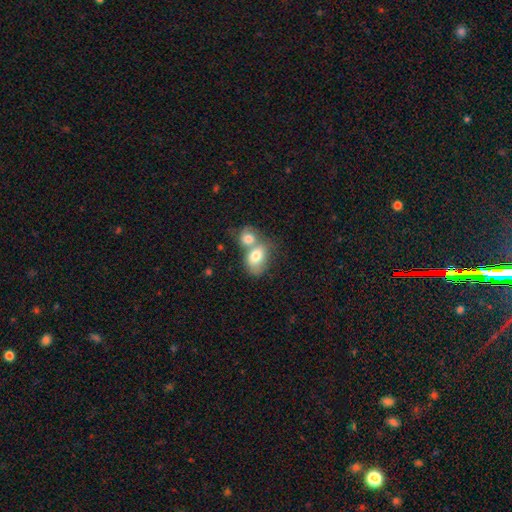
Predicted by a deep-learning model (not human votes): Morphology: type=smooth (76%); roundness=in between (74%); merging=merger (69%).